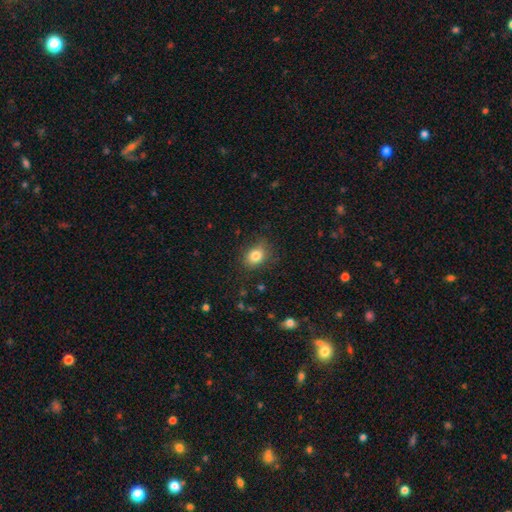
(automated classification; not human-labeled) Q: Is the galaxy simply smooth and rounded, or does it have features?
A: smooth — 82%.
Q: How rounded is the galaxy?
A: in between — 54%.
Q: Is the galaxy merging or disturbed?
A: none — 78%.